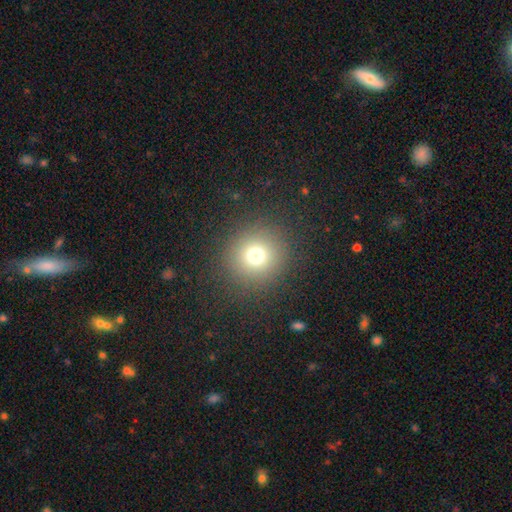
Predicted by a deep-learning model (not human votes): Smooth or featured? smooth (73%)
How rounded? round (92%)
Merging? none (88%)